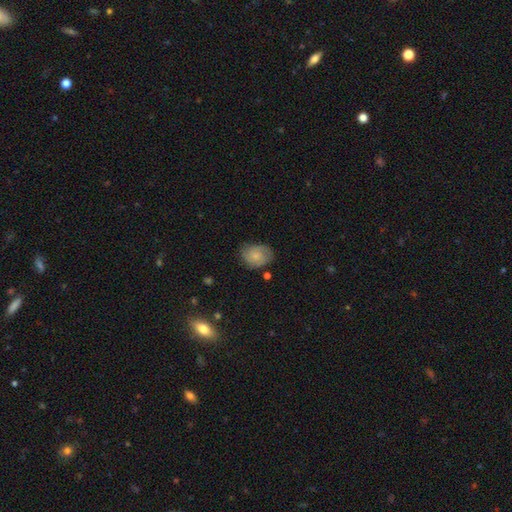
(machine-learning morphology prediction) This appears to be a smooth galaxy with no disk features (74%) that is in between round and cigar-shaped (54%). Merging: none (65%).